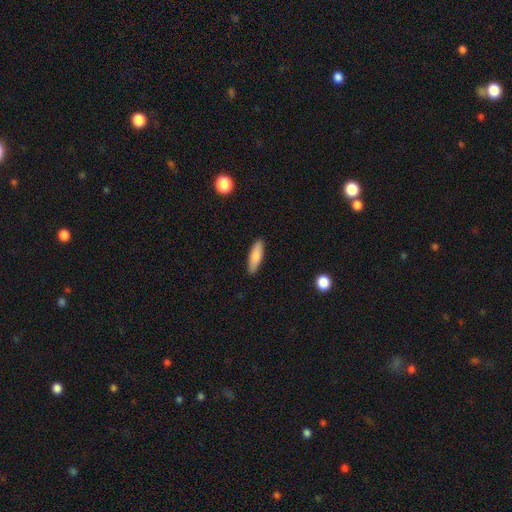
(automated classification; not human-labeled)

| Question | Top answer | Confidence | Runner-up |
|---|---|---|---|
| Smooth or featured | smooth | 82% | featured or disk (12%) |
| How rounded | cigar-shaped | 56% | in between (42%) |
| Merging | none | 89% | minor disturbance (8%) |